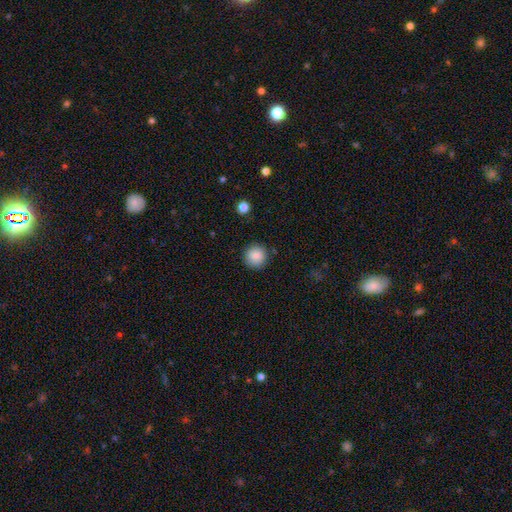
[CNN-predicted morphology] A smooth galaxy with no disk features (87%) that is round (95%). Merging: none (90%).